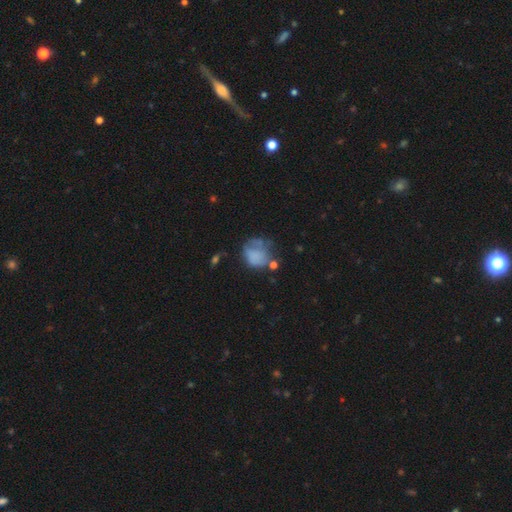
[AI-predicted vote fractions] A smooth galaxy with no disk features (66%) that is round (64%). Merging: none (33%).